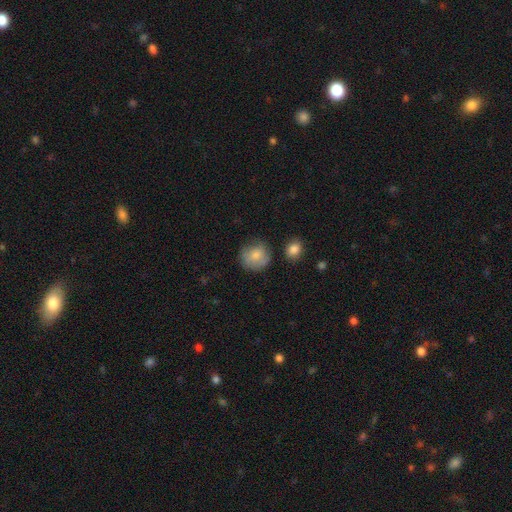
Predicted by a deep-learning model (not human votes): smooth_or_featured: smooth (p=0.80) [alt: featured or disk p=0.12]
how_rounded: round (p=0.85) [alt: in between p=0.14]
merging: none (p=0.69) [alt: minor disturbance p=0.21]